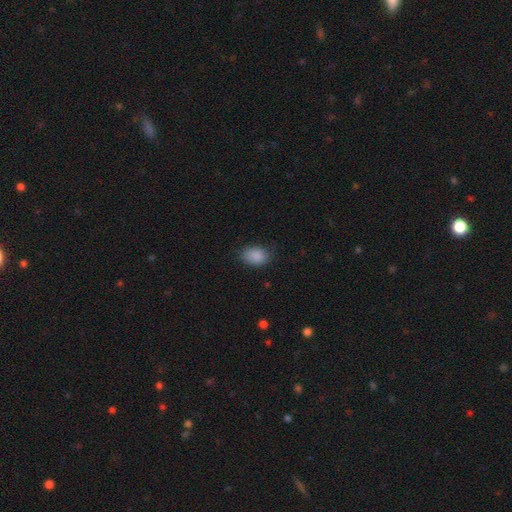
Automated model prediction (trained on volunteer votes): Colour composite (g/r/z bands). It shows a smooth galaxy with no disk features (89%) that is in between round and cigar-shaped (77%). Merging: none (80%).